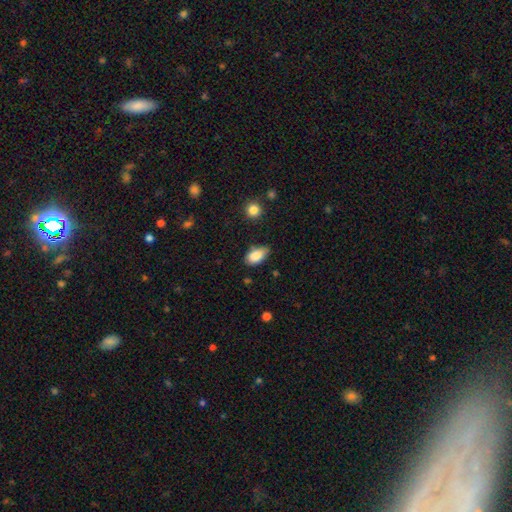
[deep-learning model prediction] A smooth galaxy with no disk features (87%) that is in between round and cigar-shaped (92%). Merging: none (66%).